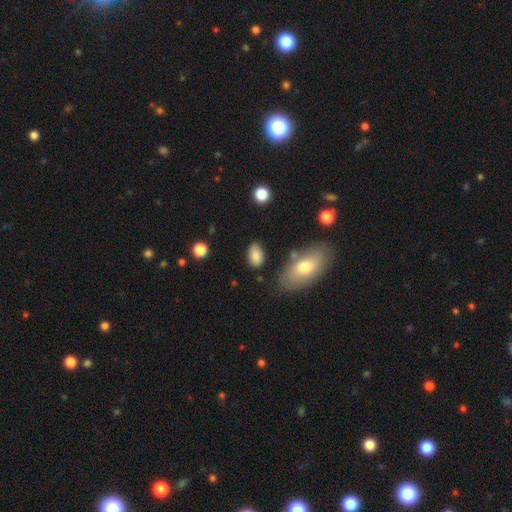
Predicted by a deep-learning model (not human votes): Smooth or featured? Predicted: smooth (p=0.83). How rounded? Predicted: in between (p=0.91). Merging? Predicted: none (p=0.77).